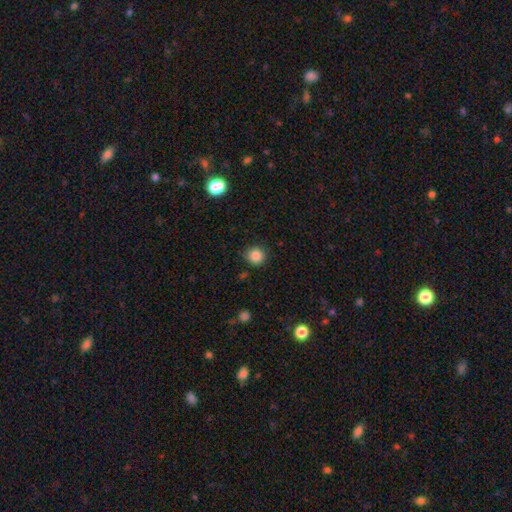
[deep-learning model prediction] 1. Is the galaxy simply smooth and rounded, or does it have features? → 86% smooth, 11% star or artifact, 3% featured or disk.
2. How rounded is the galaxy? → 91% round, 8% in between, 1% cigar-shaped.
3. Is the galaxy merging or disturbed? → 86% none, 10% minor disturbance, 3% major disturbance, 2% merger.